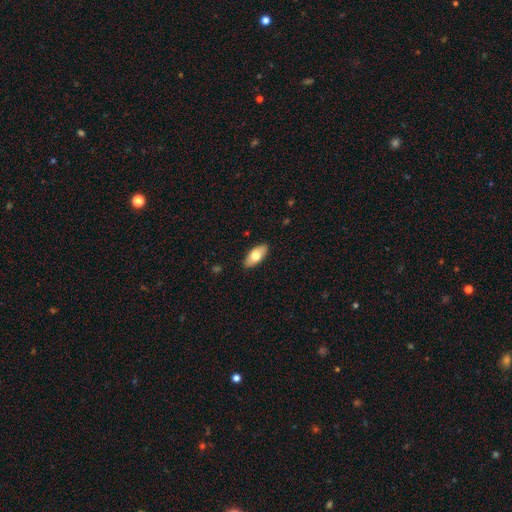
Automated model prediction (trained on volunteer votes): Smooth or featured?
  - smooth: 69% *
  - featured or disk: 25%
  - star or artifact: 6%
How rounded?
  - in between: 89% *
  - cigar-shaped: 9%
  - round: 3%
Merging?
  - none: 89% *
  - minor disturbance: 9%
  - major disturbance: 2%
  - merger: 1%